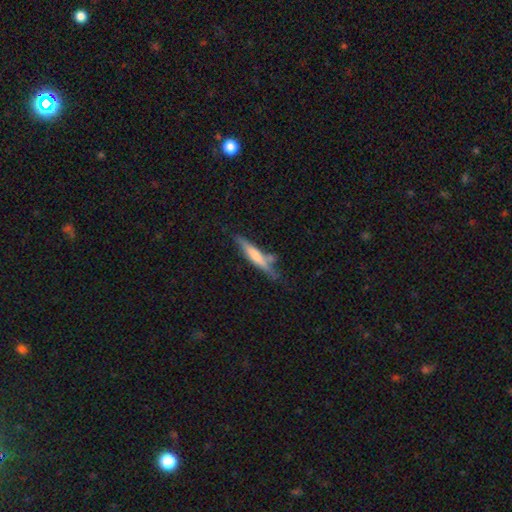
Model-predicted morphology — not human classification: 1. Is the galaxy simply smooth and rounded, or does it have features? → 53% smooth, 42% featured or disk, 6% star or artifact.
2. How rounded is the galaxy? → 90% cigar-shaped, 8% in between, 2% round.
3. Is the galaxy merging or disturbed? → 62% none, 21% minor disturbance, 11% merger, 6% major disturbance.